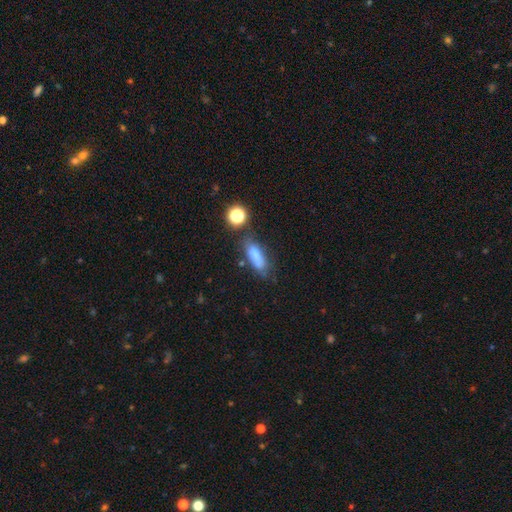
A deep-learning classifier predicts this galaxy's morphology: Smooth or featured? Predicted: smooth (p=0.74). How rounded? Predicted: in between (p=0.61). Merging? Predicted: none (p=0.58).